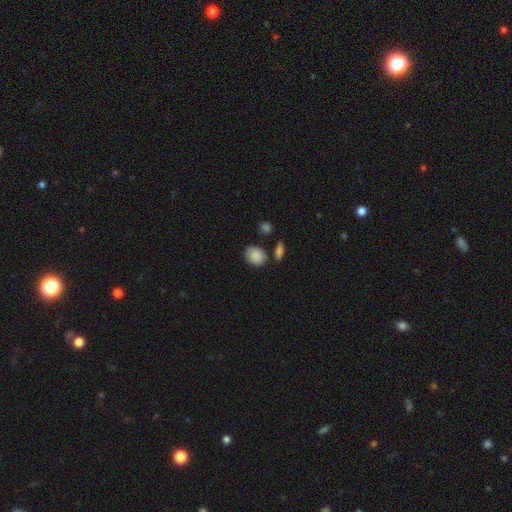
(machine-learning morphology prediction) Q: Smooth or featured?
A: smooth (87%); runner-up: star or artifact (7%)
Q: How rounded?
A: in between (51%); runner-up: round (48%)
Q: Merging?
A: none (71%); runner-up: minor disturbance (17%)